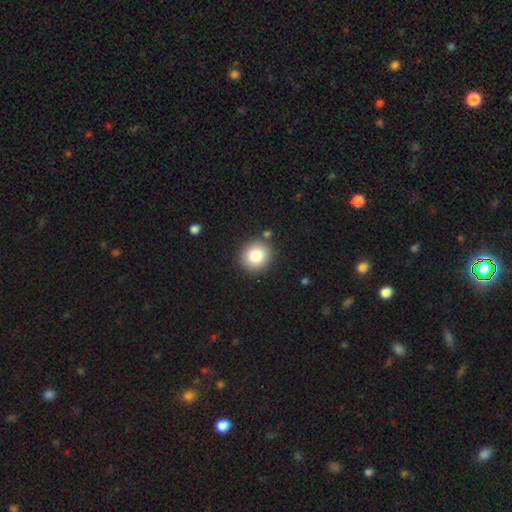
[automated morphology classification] A smooth galaxy with no disk features (83%) that is round (89%).

Vote fractions:
- Smooth or featured? smooth: 83% / star or artifact: 10% / featured or disk: 8%
- How rounded? round: 89% / in between: 10% / cigar-shaped: 1%
- Merging? none: 87% / minor disturbance: 8% / merger: 4% / major disturbance: 2%